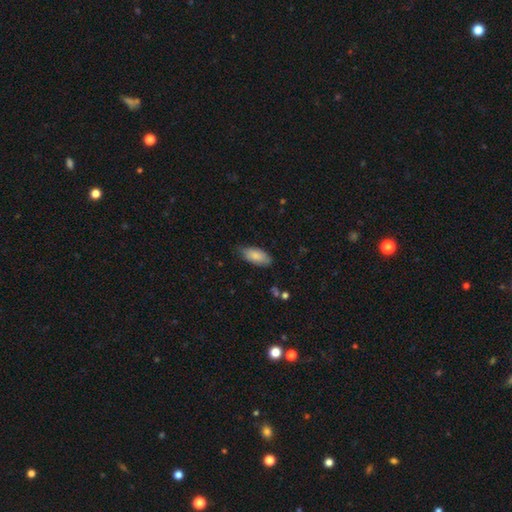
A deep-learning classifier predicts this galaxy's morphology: Smooth or featured?
  - smooth: 84% *
  - featured or disk: 10%
  - star or artifact: 6%
How rounded?
  - in between: 90% *
  - cigar-shaped: 8%
  - round: 2%
Merging?
  - none: 74% *
  - minor disturbance: 22%
  - major disturbance: 3%
  - merger: 1%